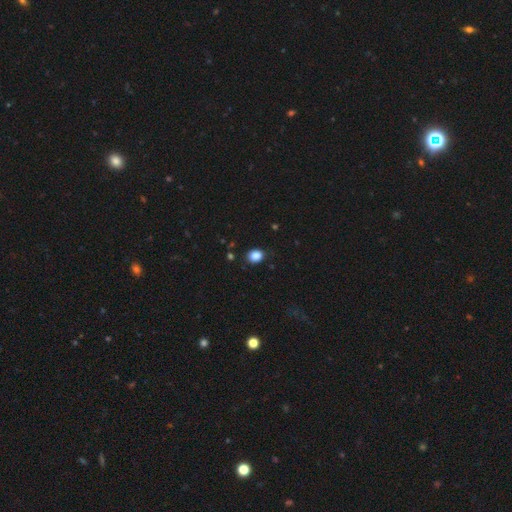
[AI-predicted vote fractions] Smooth or featured?
  - smooth: 87% *
  - star or artifact: 10%
  - featured or disk: 3%
How rounded?
  - round: 59% *
  - in between: 40%
  - cigar-shaped: 1%
Merging?
  - none: 86% *
  - minor disturbance: 10%
  - major disturbance: 2%
  - merger: 1%